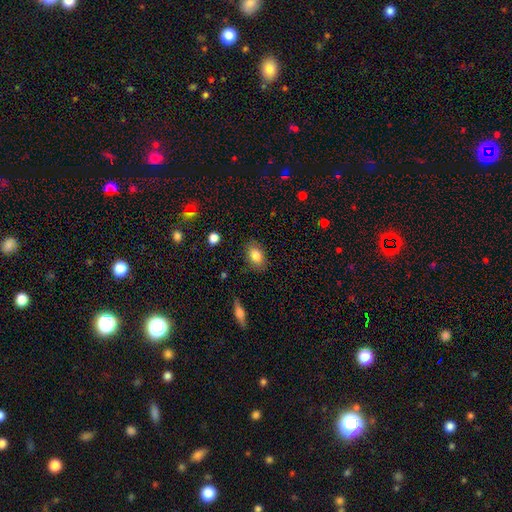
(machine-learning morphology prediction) smooth_or_featured: smooth (p=0.83) [alt: featured or disk p=0.09]
how_rounded: in between (p=0.84) [alt: round p=0.14]
merging: none (p=0.83) [alt: minor disturbance p=0.12]